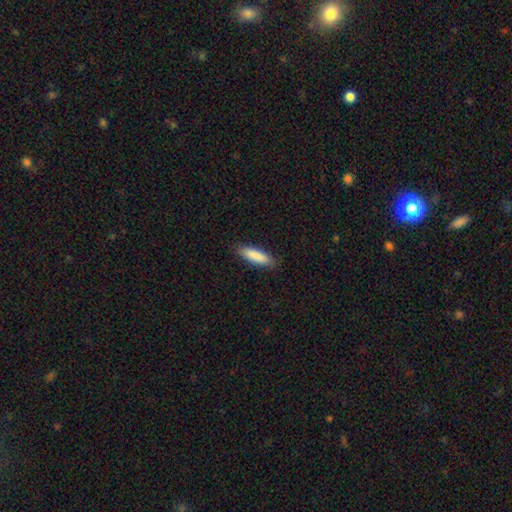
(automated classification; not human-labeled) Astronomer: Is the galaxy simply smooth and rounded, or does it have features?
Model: smooth — 88%.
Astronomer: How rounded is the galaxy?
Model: cigar-shaped — 56% (runner-up: in between, 42%).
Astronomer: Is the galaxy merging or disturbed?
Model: none — 87%.